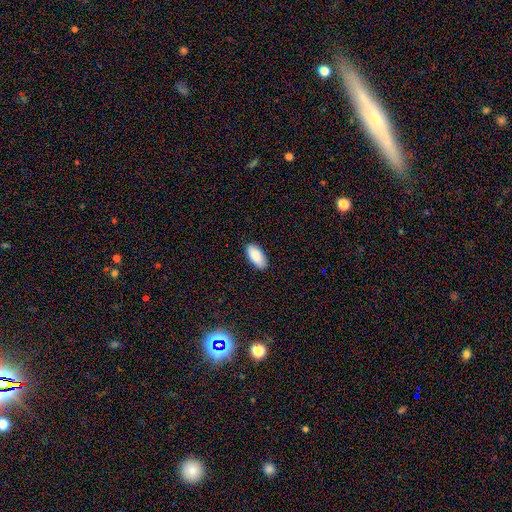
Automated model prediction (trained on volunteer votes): Q: Smooth or featured?
A: smooth (89%); runner-up: star or artifact (6%)
Q: How rounded?
A: in between (94%); runner-up: cigar-shaped (5%)
Q: Merging?
A: none (88%); runner-up: minor disturbance (9%)